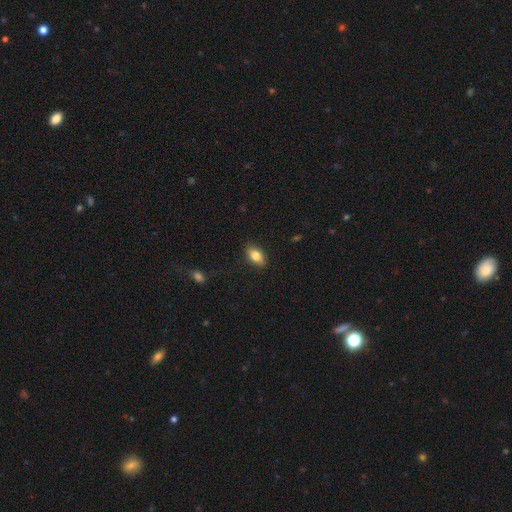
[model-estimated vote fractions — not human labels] smooth 82%, featured or disk 11%, star or artifact 7%. Down the decision tree: how rounded — in between (89%); merging — none (87%).